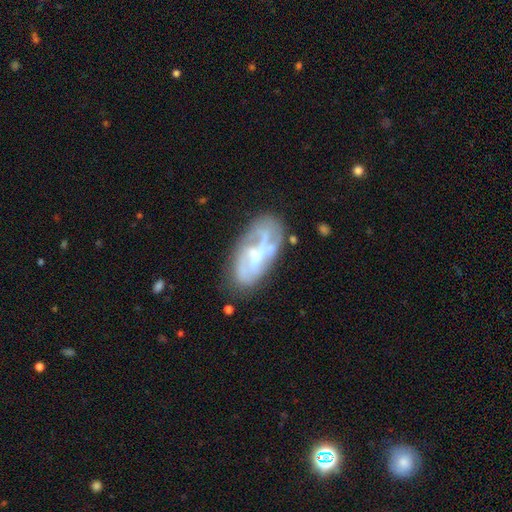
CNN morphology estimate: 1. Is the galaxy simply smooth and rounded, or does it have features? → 68% featured or disk, 24% smooth, 8% star or artifact.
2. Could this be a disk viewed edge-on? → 94% no, 6% yes.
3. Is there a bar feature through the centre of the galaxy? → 55% no, 30% weak, 15% strong.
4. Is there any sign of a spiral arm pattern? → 51% no, 49% yes.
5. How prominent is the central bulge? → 35% small (tied), 35% none (tied), 24% moderate, 4% large, 1% dominant.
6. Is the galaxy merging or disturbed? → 53% none, 22% minor disturbance, 16% major disturbance, 8% merger.